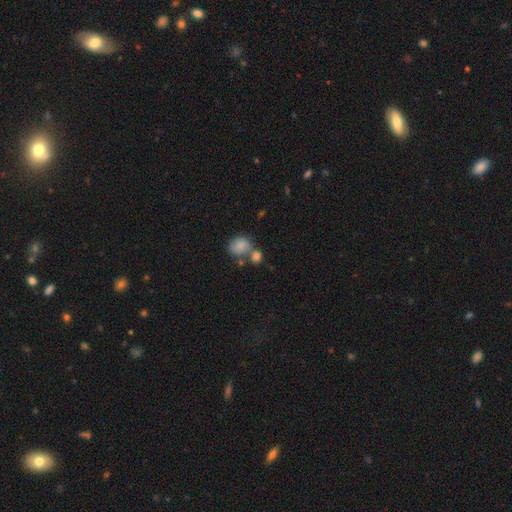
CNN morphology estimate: The model was most divided on "merging": merger: 43%, none: 38%, minor disturbance: 12%, major disturbance: 6%. More confident: smooth or featured — smooth (73%); how rounded — round (63%).